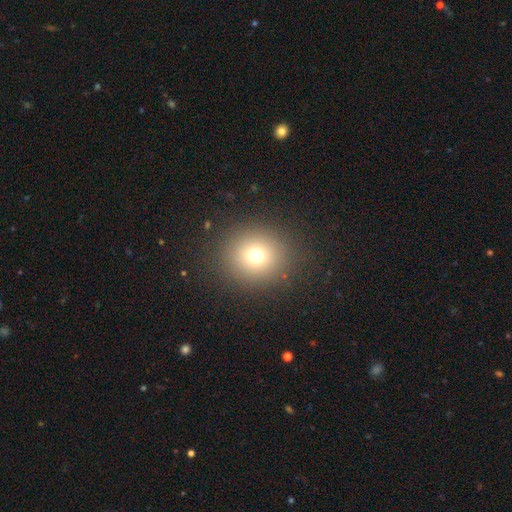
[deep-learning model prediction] smooth-or-featured: smooth: 72% | star or artifact: 18% | featured or disk: 10%
  how-rounded: round: 84% | in between: 15% | cigar-shaped: 1%
  merging: none: 87% | minor disturbance: 7% | major disturbance: 4% | merger: 1%